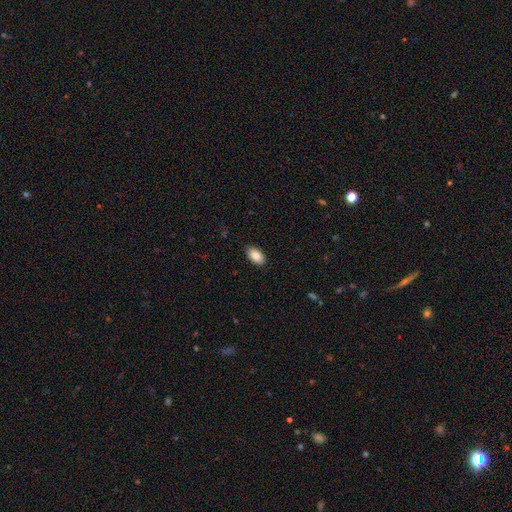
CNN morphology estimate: smooth 88%, star or artifact 7%, featured or disk 5%. Down the decision tree: how rounded — in between (94%); merging — none (88%).